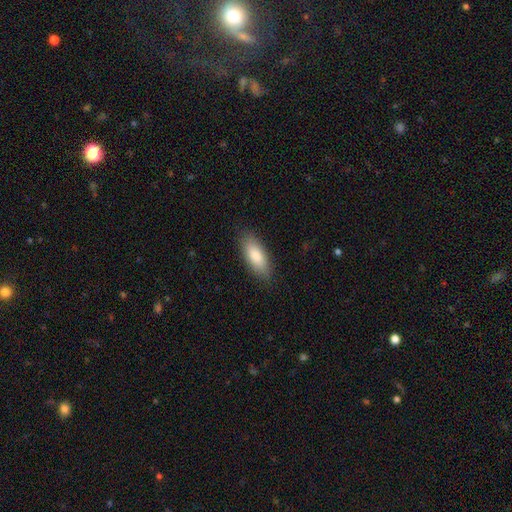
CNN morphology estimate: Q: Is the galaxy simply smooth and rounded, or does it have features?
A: smooth — 84%.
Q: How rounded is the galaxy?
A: in between — 79%.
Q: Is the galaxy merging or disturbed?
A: none — 86%.